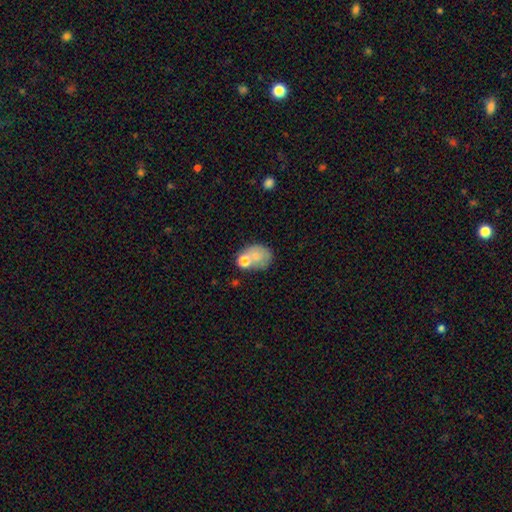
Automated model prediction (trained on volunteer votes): Smooth or featured?
  - smooth: 67% *
  - featured or disk: 22%
  - star or artifact: 11%
How rounded?
  - in between: 55% *
  - round: 44%
  - cigar-shaped: 1%
Merging?
  - none: 42% *
  - merger: 28%
  - minor disturbance: 19%
  - major disturbance: 11%